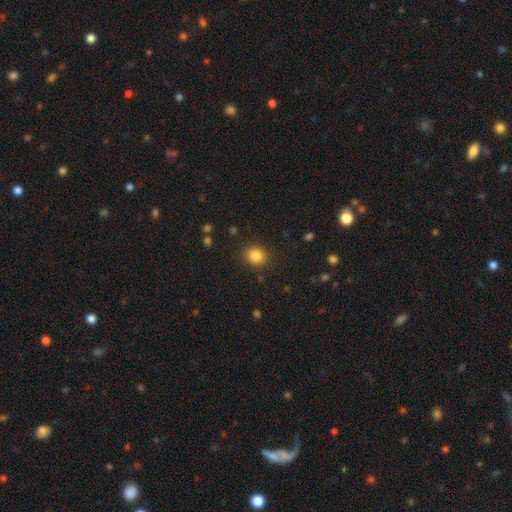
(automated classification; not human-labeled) The model was most divided on "how rounded": round: 78%, in between: 21%, cigar-shaped: 1%. More confident: merging — none (89%); smooth or featured — smooth (84%).